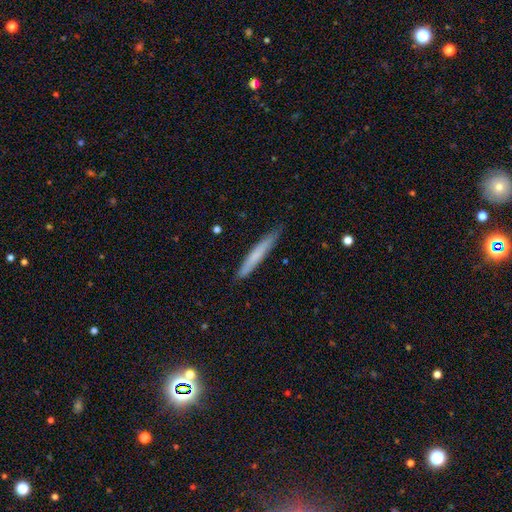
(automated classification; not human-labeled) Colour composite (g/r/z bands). It shows a smooth galaxy with no disk features (66%) that is cigar-shaped (96%). Merging: none (83%).